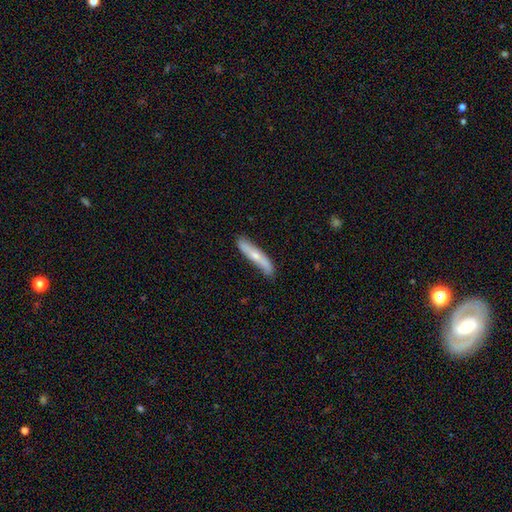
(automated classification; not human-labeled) Overall: smooth (52%; featured or disk 43%). How rounded: cigar-shaped (88%). Merging: none (80%).